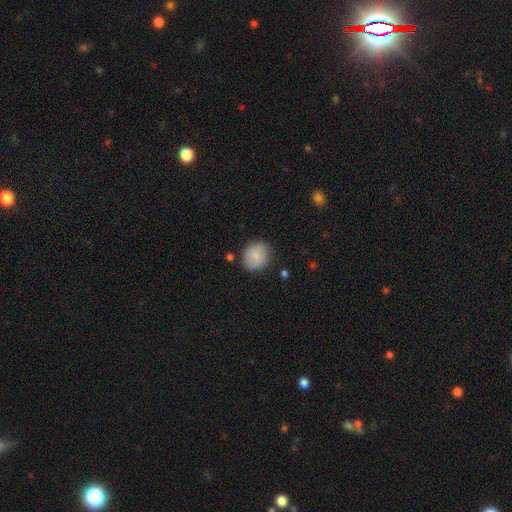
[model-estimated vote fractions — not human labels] Q: Smooth or featured?
A: smooth (82%); runner-up: featured or disk (11%)
Q: How rounded?
A: round (77%); runner-up: in between (22%)
Q: Merging?
A: none (77%); runner-up: minor disturbance (16%)